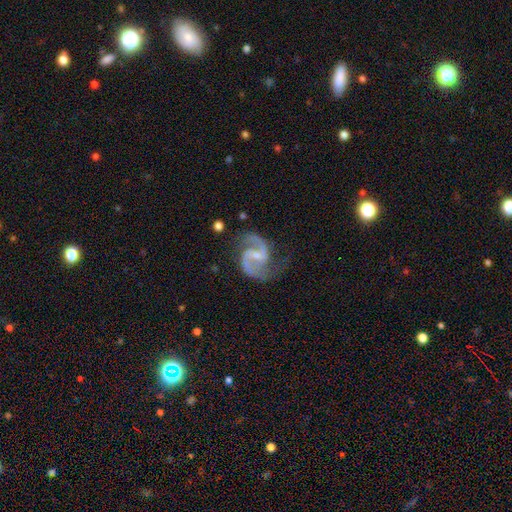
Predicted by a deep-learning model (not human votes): smooth-or-featured: featured or disk: 92% | star or artifact: 4% | smooth: 3%
  disk-edge-on: no: 98% | yes: 2%
    bar: weak: 49% | no: 31% | strong: 19%
    has-spiral-arms: yes: 98% | no: 2%
      spiral-winding: medium: 61% | loose: 27% | tight: 12%
      spiral-arm-count: 2: 93% | can't tell: 2% | 1: 2% | 3: 1% | 4: 1% | more than 4: 1%
    bulge-size: small: 62% | moderate: 31% | none: 5% | large: 1% | dominant: 1%
  merging: none: 69% | minor disturbance: 19% | major disturbance: 10% | merger: 2%